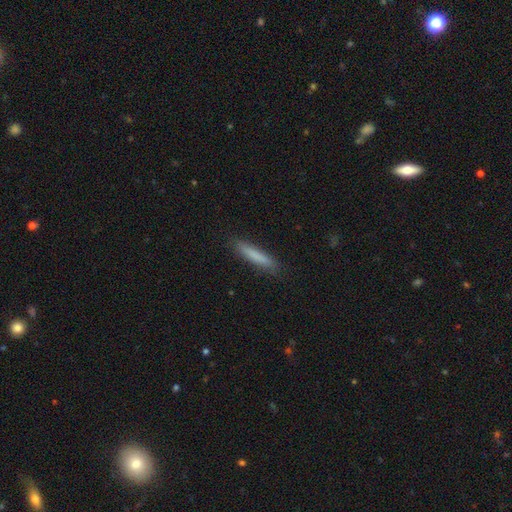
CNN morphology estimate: A smooth galaxy with no disk features (81%) that is cigar-shaped (91%).

Vote fractions:
- Smooth or featured? smooth: 81% / featured or disk: 13% / star or artifact: 6%
- How rounded? cigar-shaped: 91% / in between: 8% / round: 1%
- Merging? none: 87% / minor disturbance: 10% / major disturbance: 2% / merger: 1%